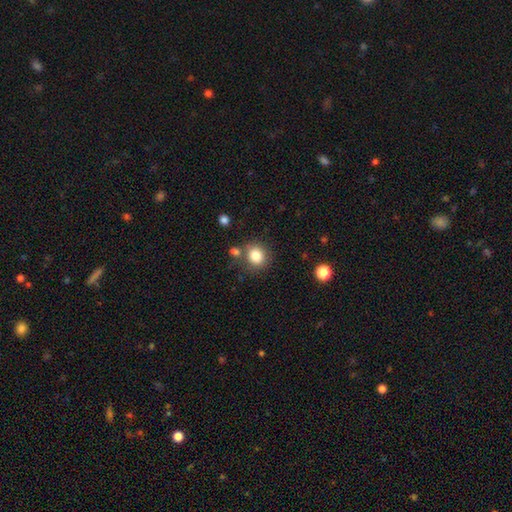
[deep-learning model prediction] Smooth or featured?
  - smooth: 82% *
  - star or artifact: 11%
  - featured or disk: 7%
How rounded?
  - round: 81% *
  - in between: 18%
  - cigar-shaped: 1%
Merging?
  - none: 74% *
  - merger: 12%
  - minor disturbance: 11%
  - major disturbance: 4%